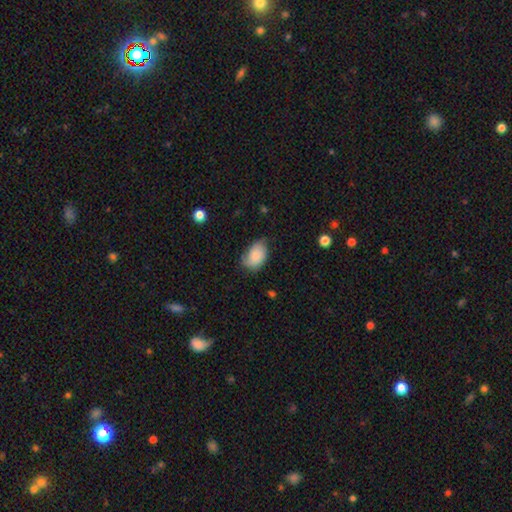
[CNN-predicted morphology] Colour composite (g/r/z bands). It shows a smooth galaxy with no disk features (73%) that is in between round and cigar-shaped (86%). Merging: none (52%).